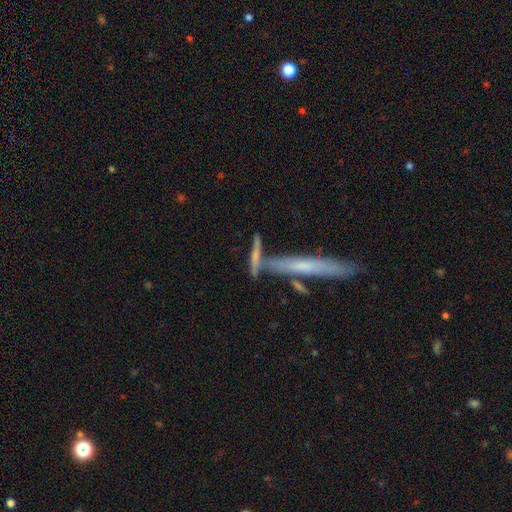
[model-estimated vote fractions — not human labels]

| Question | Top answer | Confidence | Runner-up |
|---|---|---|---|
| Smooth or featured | smooth | 52% | featured or disk (39%) |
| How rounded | cigar-shaped | 87% | in between (10%) |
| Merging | none | 57% | merger (26%) |